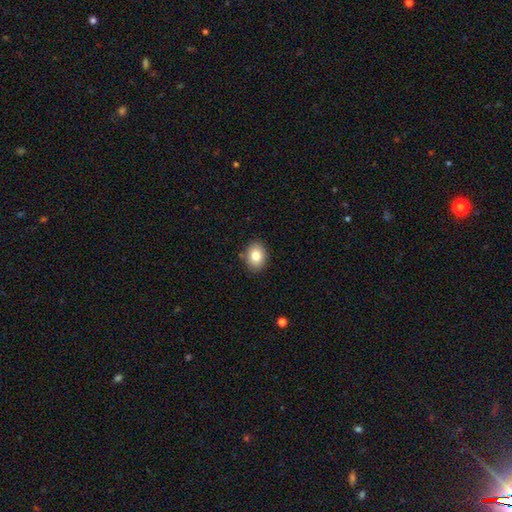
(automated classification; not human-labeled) This appears to be a smooth galaxy with no disk features (82%) that is in between round and cigar-shaped (65%). Merging: none (87%).